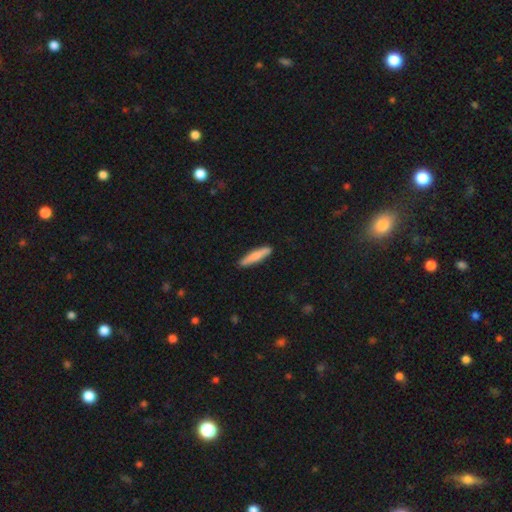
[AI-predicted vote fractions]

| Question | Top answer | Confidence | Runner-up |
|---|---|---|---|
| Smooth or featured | smooth | 74% | featured or disk (21%) |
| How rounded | cigar-shaped | 88% | in between (11%) |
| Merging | none | 89% | minor disturbance (9%) |